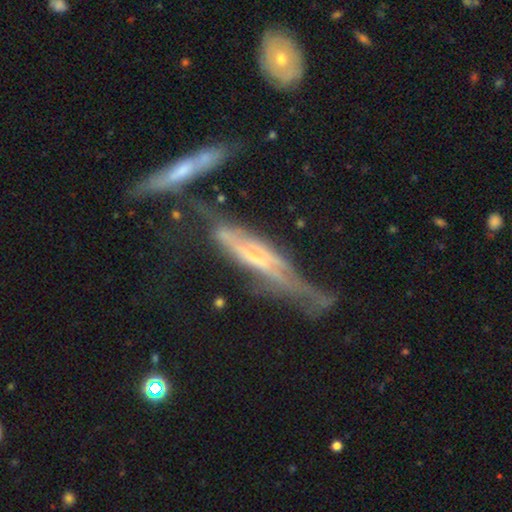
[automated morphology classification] Smooth or featured?
  - featured or disk: 71% *
  - smooth: 20%
  - star or artifact: 8%
Edge-on disk?
  - yes: 74% *
  - no: 26%
Edge-on bulge?
  - rounded: 40% *
  - none: 35%
  - boxy: 25%
Merging?
  - none: 35% *
  - minor disturbance: 24%
  - major disturbance: 23%
  - merger: 18%